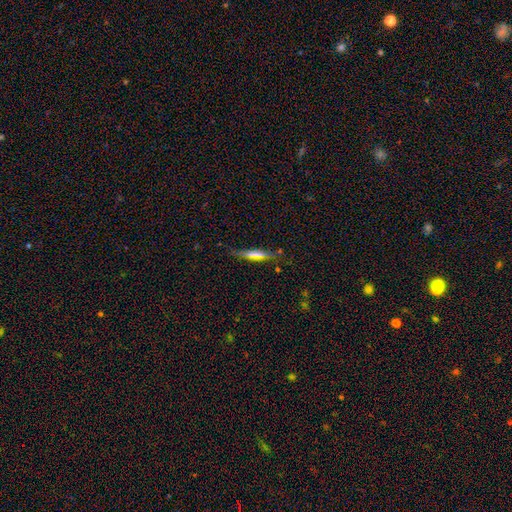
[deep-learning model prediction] A smooth galaxy with no disk features (46%). Merging: none (78%).